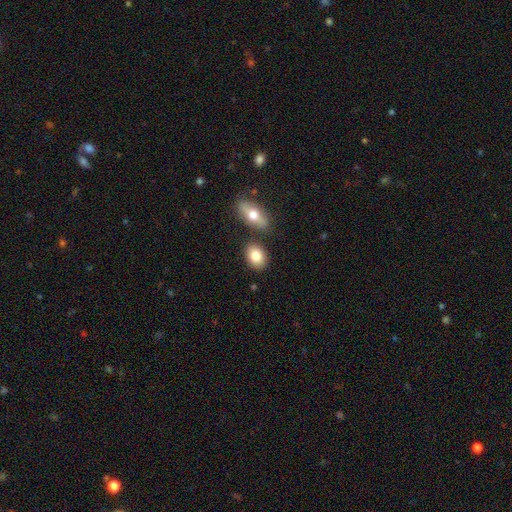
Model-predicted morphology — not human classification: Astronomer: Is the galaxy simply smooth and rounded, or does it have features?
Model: smooth — 81%.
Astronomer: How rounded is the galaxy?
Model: in between — 81%.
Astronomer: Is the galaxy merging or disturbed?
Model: none — 76%.